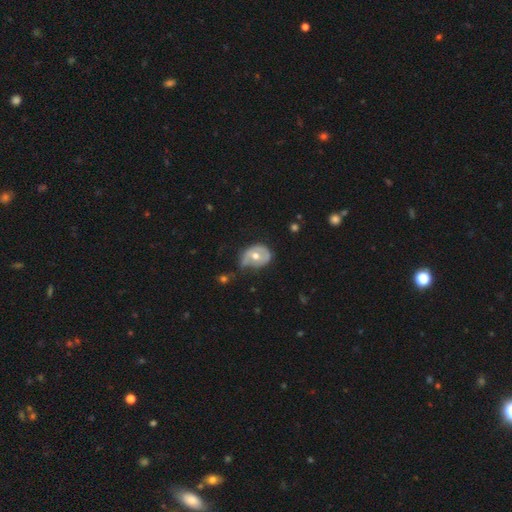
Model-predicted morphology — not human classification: This appears to be a featured or disk galaxy (52%). Merging: minor disturbance (43%).